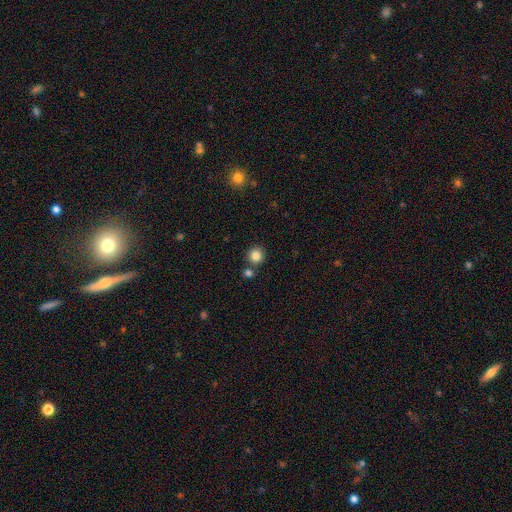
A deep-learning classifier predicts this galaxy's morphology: Smooth or featured? Predicted: smooth (p=0.84). How rounded? Predicted: round (p=0.92). Merging? Predicted: none (p=0.78).